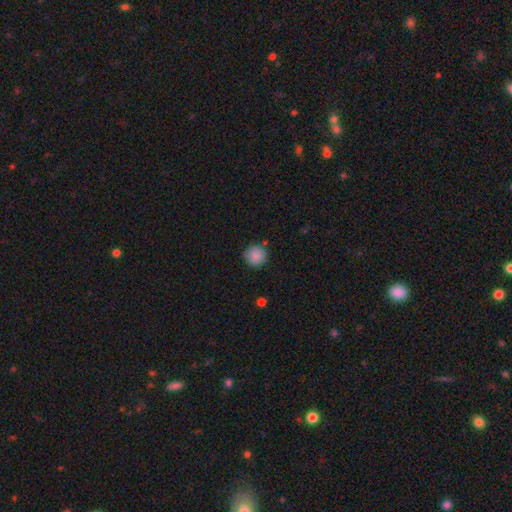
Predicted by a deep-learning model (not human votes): Overall: smooth (88%). How rounded: round (93%). Merging: none (82%).